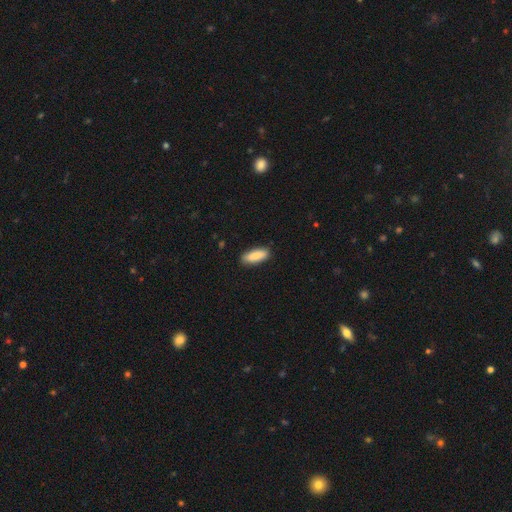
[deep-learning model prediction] smooth_or_featured: smooth (p=0.88) [alt: featured or disk p=0.06]
how_rounded: in between (p=0.69) [alt: cigar-shaped p=0.29]
merging: none (p=0.87) [alt: minor disturbance p=0.10]